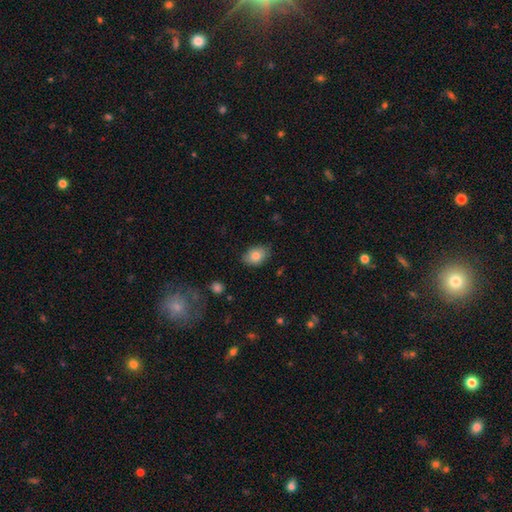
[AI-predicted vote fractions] The model was most divided on "how rounded": in between: 76%, round: 23%, cigar-shaped: 1%. More confident: smooth or featured — smooth (81%); merging — none (80%).